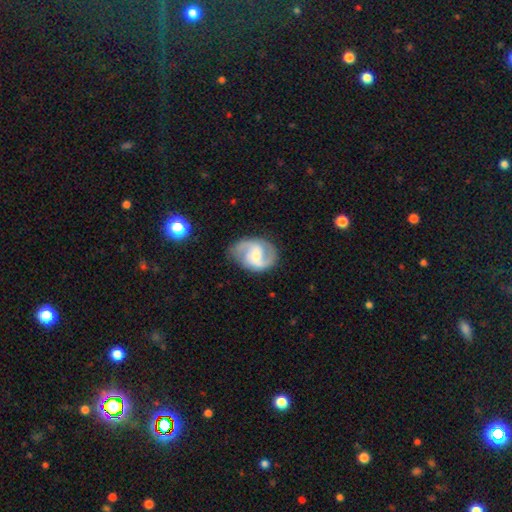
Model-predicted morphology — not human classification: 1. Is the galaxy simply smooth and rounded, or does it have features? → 84% featured or disk, 11% smooth, 5% star or artifact.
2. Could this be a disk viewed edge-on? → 98% no, 2% yes.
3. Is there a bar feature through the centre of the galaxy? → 51% weak, 31% no, 17% strong.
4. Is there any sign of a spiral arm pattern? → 96% yes, 4% no.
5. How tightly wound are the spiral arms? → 55% medium, 25% loose, 20% tight.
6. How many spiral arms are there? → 90% 2, 4% can't tell, 2% 1, 2% 3, 1% 4, 1% more than 4.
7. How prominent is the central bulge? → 45% small, 44% moderate, 5% none, 5% large, 1% dominant.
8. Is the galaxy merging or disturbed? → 76% none, 16% minor disturbance, 6% major disturbance, 1% merger.